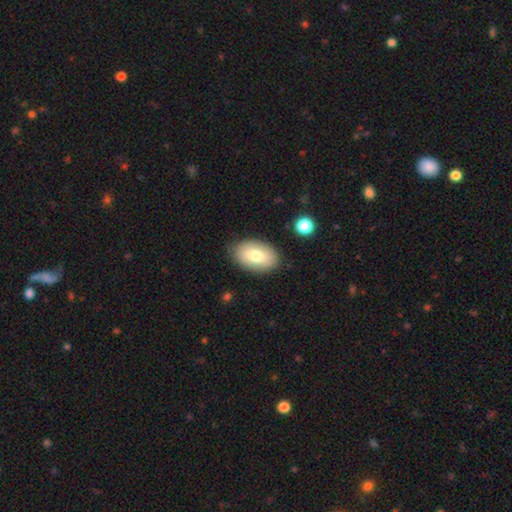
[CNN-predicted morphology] This is likely a smooth galaxy (77%). How rounded: clearly in between (92%). Merging: clearly none (85%).